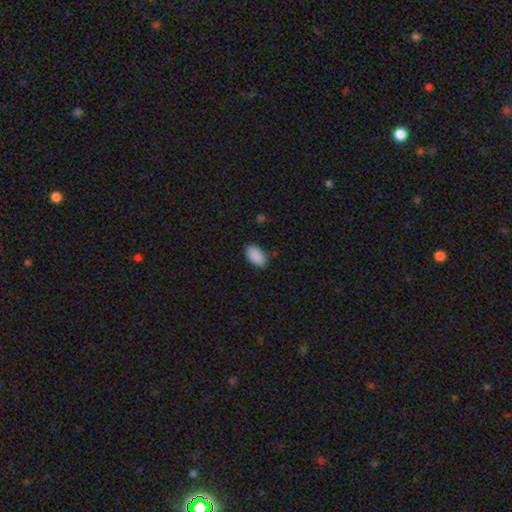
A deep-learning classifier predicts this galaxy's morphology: Smooth or featured?
  - smooth: 90% *
  - star or artifact: 7%
  - featured or disk: 3%
How rounded?
  - in between: 95% *
  - round: 3%
  - cigar-shaped: 2%
Merging?
  - none: 85% *
  - minor disturbance: 11%
  - major disturbance: 2%
  - merger: 1%